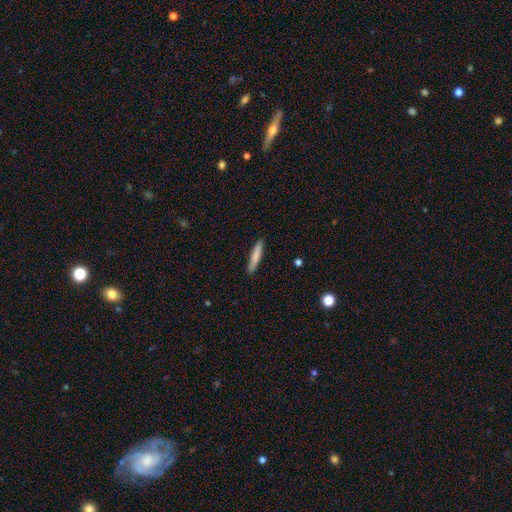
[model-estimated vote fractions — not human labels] smooth_or_featured: smooth (p=0.79) [alt: featured or disk p=0.16]
how_rounded: cigar-shaped (p=0.92) [alt: in between p=0.07]
merging: none (p=0.89) [alt: minor disturbance p=0.08]